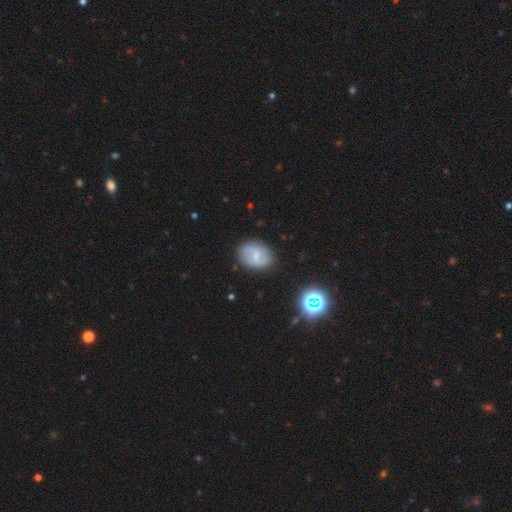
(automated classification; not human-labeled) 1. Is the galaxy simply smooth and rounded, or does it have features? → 46% smooth, 45% featured or disk, 9% star or artifact.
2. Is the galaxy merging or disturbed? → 81% none, 13% minor disturbance, 4% major disturbance, 2% merger.